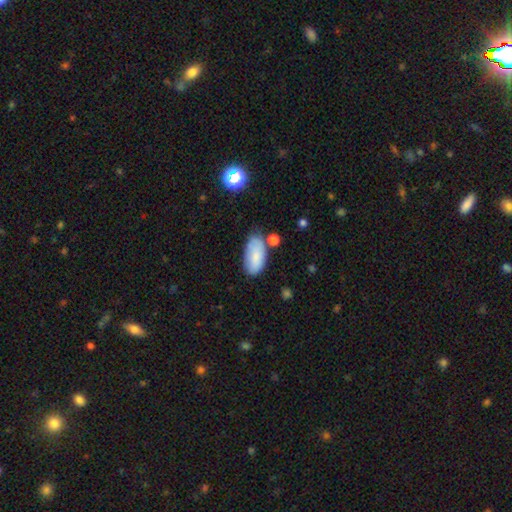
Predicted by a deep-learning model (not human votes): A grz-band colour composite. It shows a smooth galaxy with no disk features (81%) that is in between round and cigar-shaped (93%). Merging: none (63%).